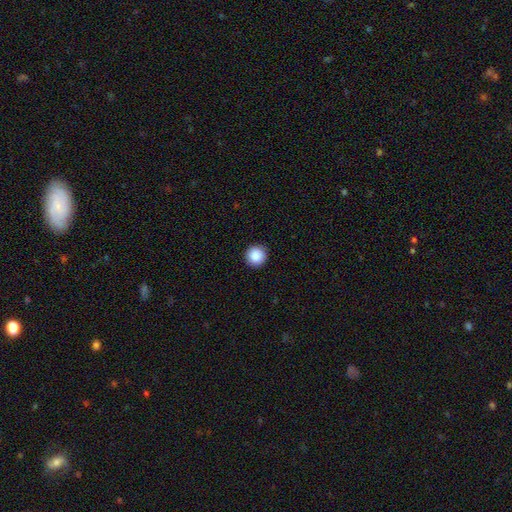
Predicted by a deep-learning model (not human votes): This appears to be a smooth galaxy with no disk features (88%) that is round (96%). Merging: none (93%).